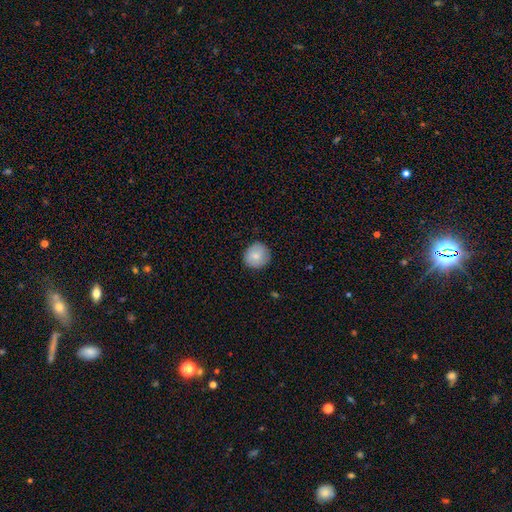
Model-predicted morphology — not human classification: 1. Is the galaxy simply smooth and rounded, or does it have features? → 80% smooth, 13% featured or disk, 7% star or artifact.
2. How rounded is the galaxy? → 91% round, 8% in between, 1% cigar-shaped.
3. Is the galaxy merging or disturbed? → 86% none, 11% minor disturbance, 2% major disturbance, 1% merger.